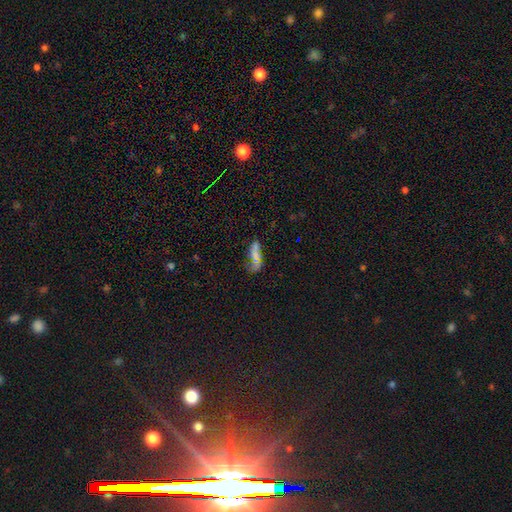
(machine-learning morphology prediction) This appears to be a smooth galaxy with no disk features (53%) that is in between round and cigar-shaped (67%). Merging: none (31%).